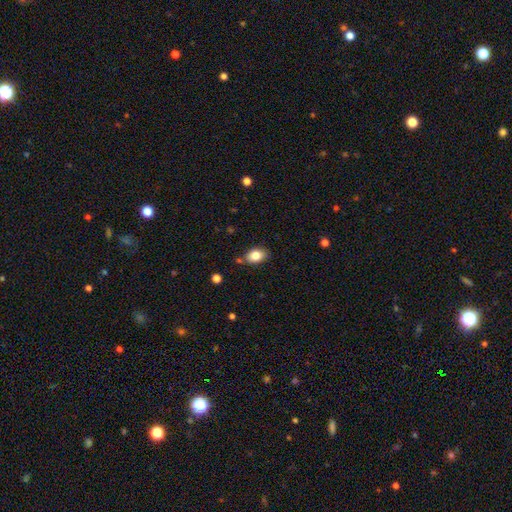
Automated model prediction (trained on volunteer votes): Smooth or featured? Predicted: smooth (p=0.82). How rounded? Predicted: in between (p=0.81). Merging? Predicted: none (p=0.78).